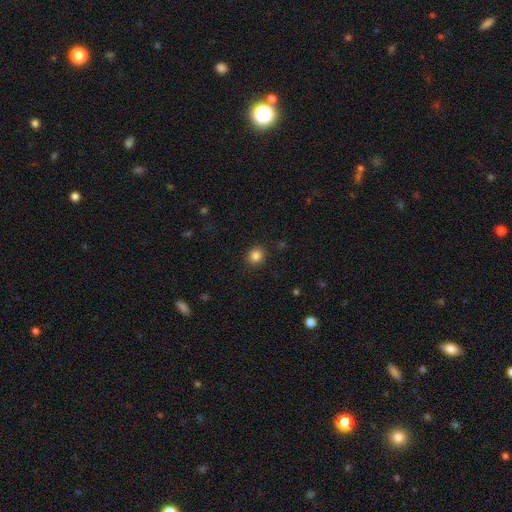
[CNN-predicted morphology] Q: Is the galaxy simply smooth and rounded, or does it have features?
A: smooth — 85%.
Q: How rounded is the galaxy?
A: round — 84%.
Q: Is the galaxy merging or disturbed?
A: none — 90%.